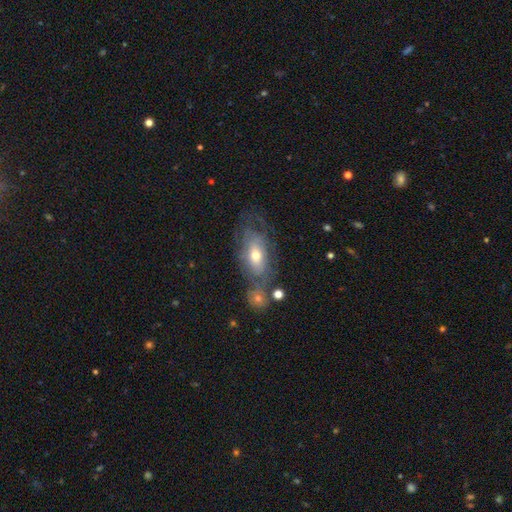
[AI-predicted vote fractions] Morphology: type=featured or disk (49%); merging=none (44%).